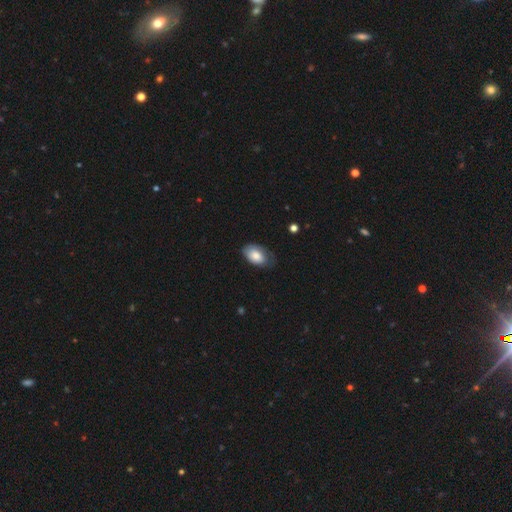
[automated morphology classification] The model was most divided on "merging": none: 56%, minor disturbance: 32%, major disturbance: 10%, merger: 1%. More confident: how rounded — in between (92%); smooth or featured — smooth (76%).